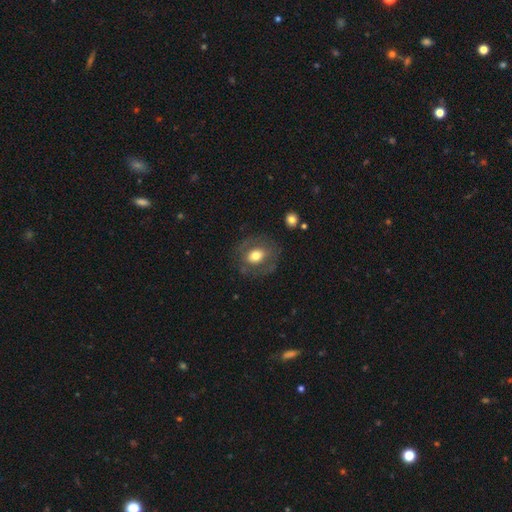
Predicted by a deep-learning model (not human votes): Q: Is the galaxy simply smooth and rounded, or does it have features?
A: smooth — 57%.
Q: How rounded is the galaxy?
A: round — 54%.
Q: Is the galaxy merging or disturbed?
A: none — 73%.